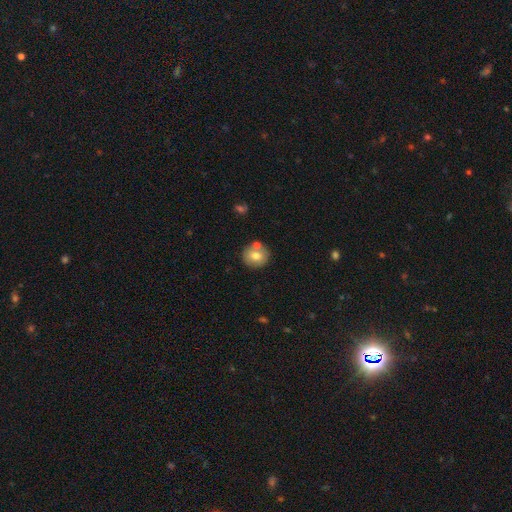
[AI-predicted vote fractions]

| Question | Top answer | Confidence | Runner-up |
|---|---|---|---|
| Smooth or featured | smooth | 73% | featured or disk (18%) |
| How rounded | round | 83% | in between (16%) |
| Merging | none | 69% | merger (18%) |